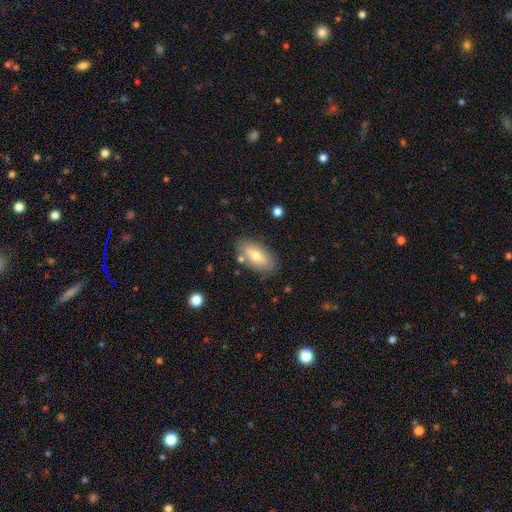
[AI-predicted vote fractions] Smooth or featured? smooth (64%)
How rounded? in between (90%)
Merging? none (78%)